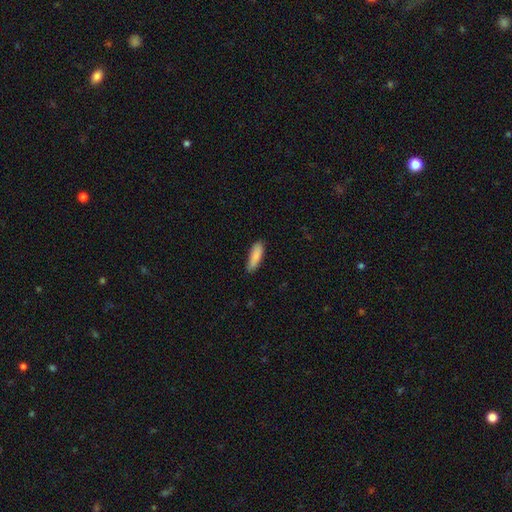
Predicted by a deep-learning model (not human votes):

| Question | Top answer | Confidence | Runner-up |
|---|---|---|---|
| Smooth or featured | smooth | 88% | star or artifact (6%) |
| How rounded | cigar-shaped | 53% | in between (46%) |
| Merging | none | 82% | minor disturbance (14%) |